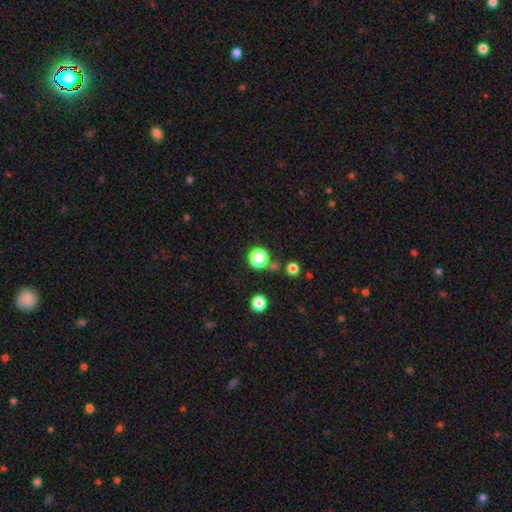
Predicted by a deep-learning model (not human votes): smooth_or_featured: star or artifact (p=0.56) [alt: smooth p=0.37]